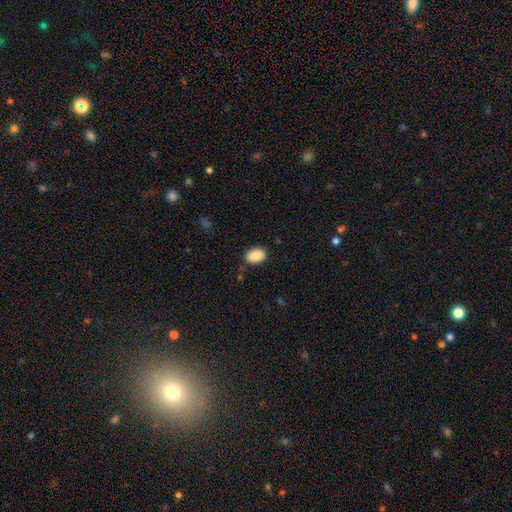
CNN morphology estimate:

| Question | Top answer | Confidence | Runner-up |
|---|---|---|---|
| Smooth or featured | smooth | 87% | star or artifact (7%) |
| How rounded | in between | 85% | round (14%) |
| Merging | none | 83% | minor disturbance (13%) |